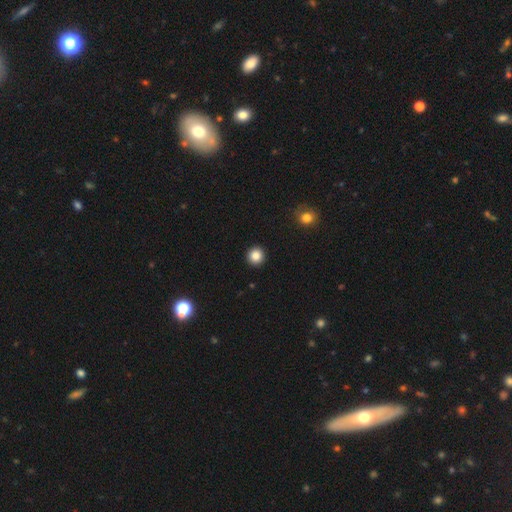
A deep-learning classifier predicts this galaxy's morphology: This appears to be a smooth galaxy with no disk features (85%) that is round (95%). Merging: none (93%).